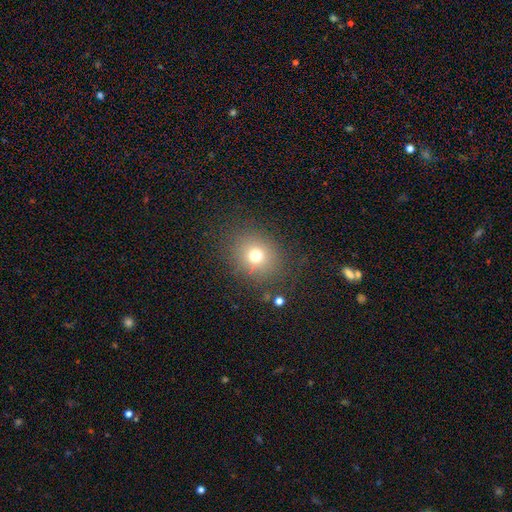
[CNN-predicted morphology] smooth-or-featured: smooth: 71% | star or artifact: 18% | featured or disk: 11%
  how-rounded: round: 75% | in between: 25% | cigar-shaped: 1%
  merging: none: 82% | minor disturbance: 11% | major disturbance: 6% | merger: 2%